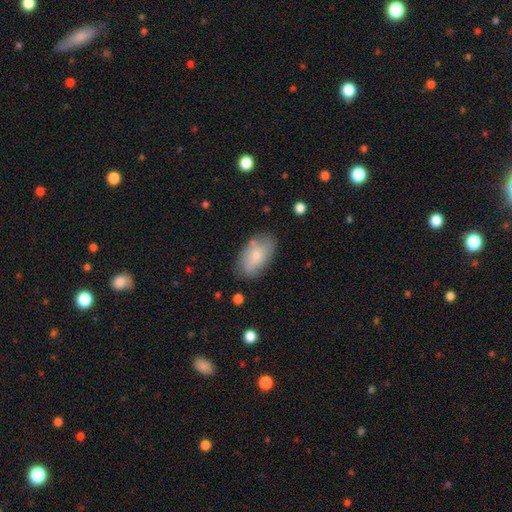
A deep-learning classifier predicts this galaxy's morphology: Q: Smooth or featured?
A: smooth (73%); runner-up: featured or disk (20%)
Q: How rounded?
A: in between (93%); runner-up: round (4%)
Q: Merging?
A: none (71%); runner-up: minor disturbance (20%)